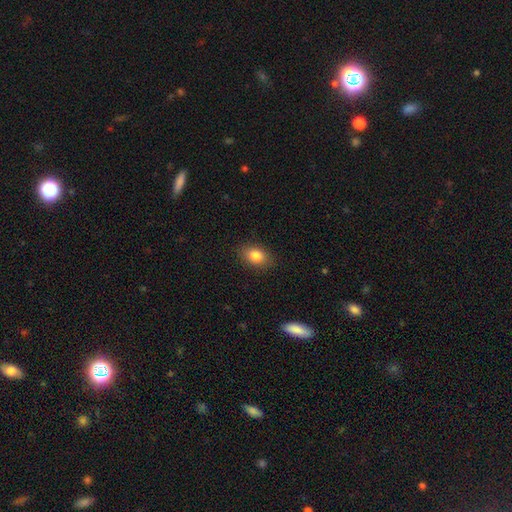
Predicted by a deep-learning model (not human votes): smooth 83%, star or artifact 9%, featured or disk 8%. Down the decision tree: how rounded — in between (77%); merging — none (87%).